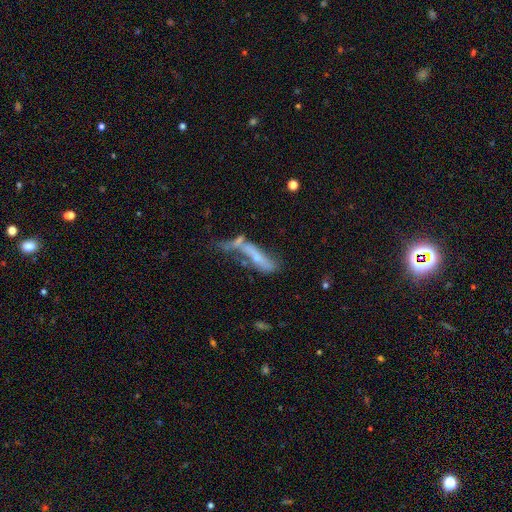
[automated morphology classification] smooth-or-featured: featured or disk: 48% | smooth: 42% | star or artifact: 11%
  merging: merger: 38% | major disturbance: 24% | none: 22% | minor disturbance: 16%